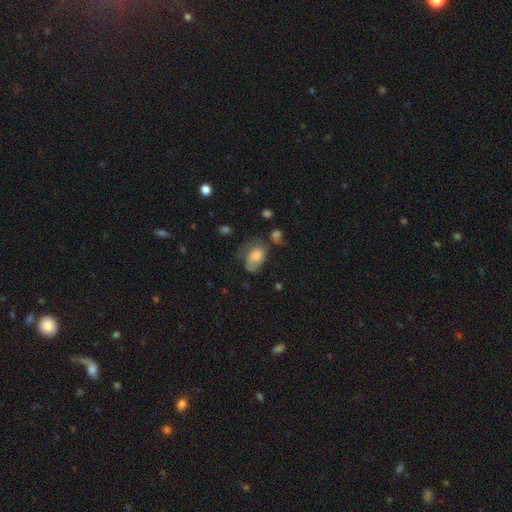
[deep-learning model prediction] Q: Smooth or featured?
A: smooth (67%); runner-up: featured or disk (24%)
Q: How rounded?
A: in between (81%); runner-up: round (18%)
Q: Merging?
A: none (34%); runner-up: minor disturbance (32%)